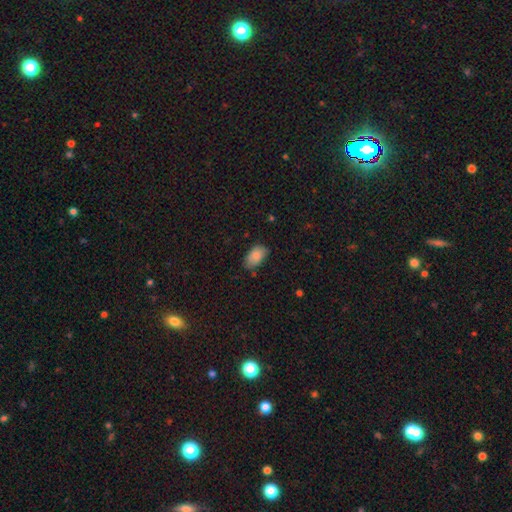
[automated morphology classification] Overall: smooth (85%). How rounded: in between (93%). Merging: none (70%).